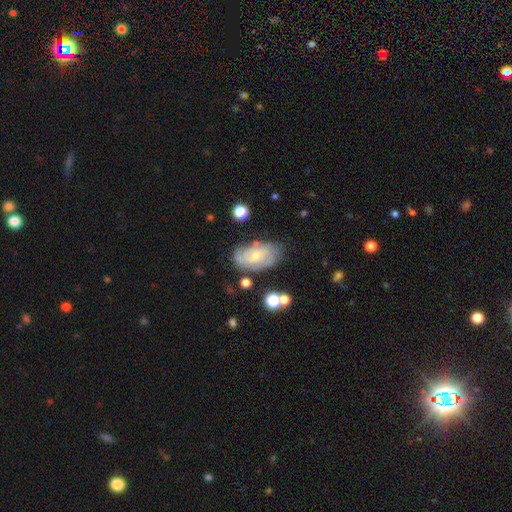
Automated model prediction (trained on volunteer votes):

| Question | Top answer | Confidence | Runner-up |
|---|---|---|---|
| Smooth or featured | featured or disk | 70% | smooth (23%) |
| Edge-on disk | no | 95% | yes (5%) |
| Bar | no | 66% | weak (29%) |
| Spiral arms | yes | 86% | no (14%) |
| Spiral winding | tight | 58% | medium (32%) |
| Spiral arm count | can't tell | 43% | 2 (29%) |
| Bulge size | small | 59% | moderate (37%) |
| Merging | none | 70% | minor disturbance (20%) |